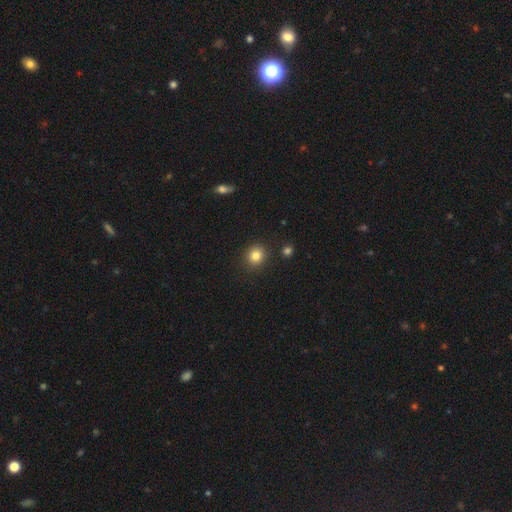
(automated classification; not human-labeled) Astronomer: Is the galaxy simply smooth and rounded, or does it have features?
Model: smooth — 84%.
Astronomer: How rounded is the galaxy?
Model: round — 83%.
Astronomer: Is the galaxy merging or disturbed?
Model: none — 88%.